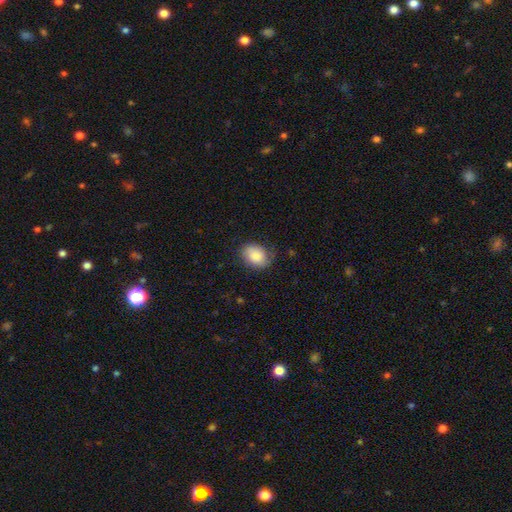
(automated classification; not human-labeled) smooth 82%, featured or disk 11%, star or artifact 7%. Down the decision tree: how rounded — in between (66%); merging — none (70%).